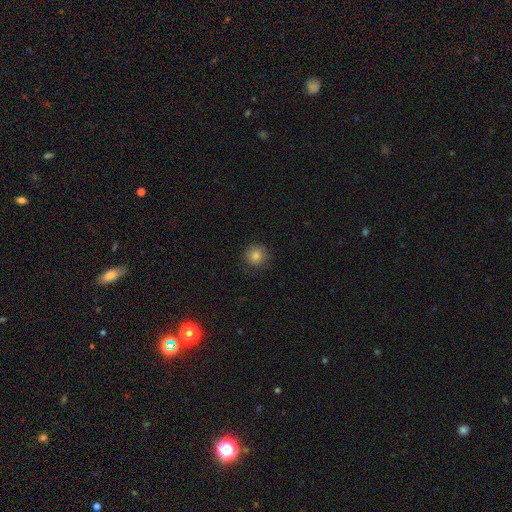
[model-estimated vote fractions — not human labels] The model was most divided on "smooth or featured": smooth: 81%, star or artifact: 12%, featured or disk: 6%. More confident: how rounded — round (94%); merging — none (88%).